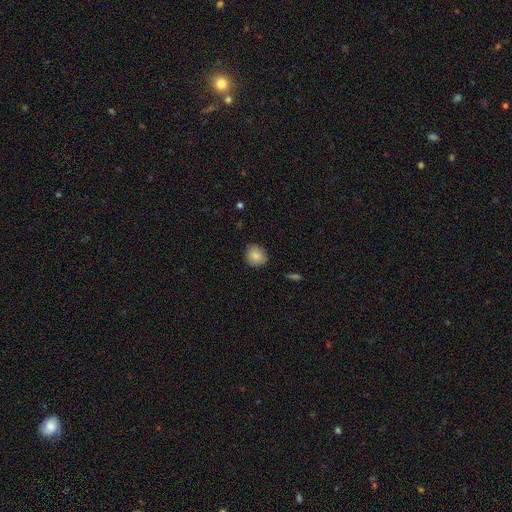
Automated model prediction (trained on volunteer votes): Smooth or featured? smooth (85%)
How rounded? round (78%)
Merging? none (85%)